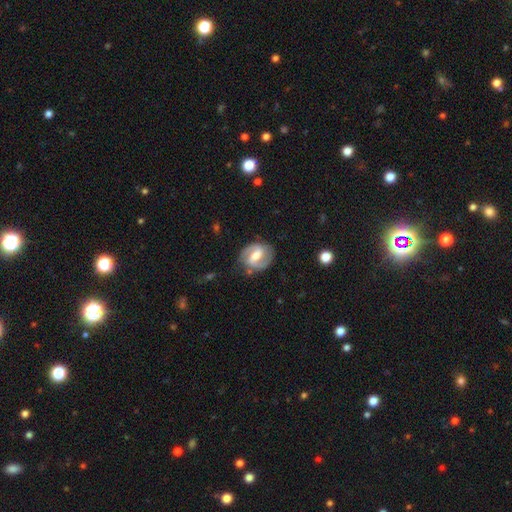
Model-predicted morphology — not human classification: This appears to be a featured or disk galaxy (82%) with a weak bar (45%), 2 (90%) medium (50%) spiral arms (92%) and a moderate central bulge (63%). Merging: none (80%).